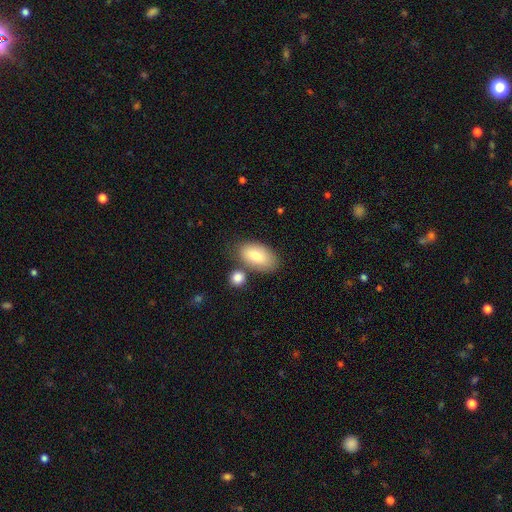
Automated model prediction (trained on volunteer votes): A smooth galaxy with no disk features (78%) that is in between round and cigar-shaped (93%).

Vote fractions:
- Smooth or featured? smooth: 78% / featured or disk: 15% / star or artifact: 7%
- How rounded? in between: 93% / round: 5% / cigar-shaped: 2%
- Merging? none: 68% / minor disturbance: 15% / merger: 14% / major disturbance: 4%